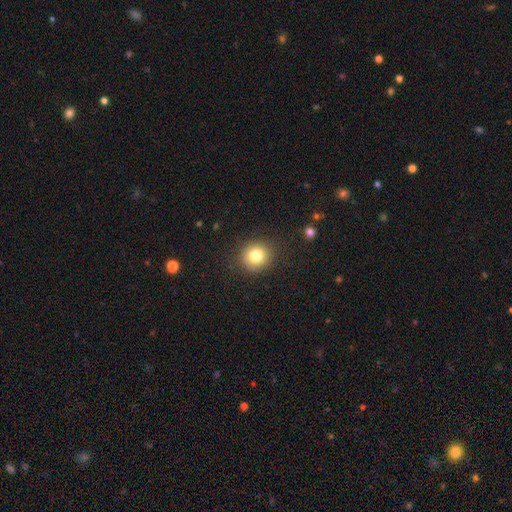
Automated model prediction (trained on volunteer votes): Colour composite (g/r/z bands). It shows a smooth galaxy with no disk features (80%) that is round (89%). Merging: none (89%).